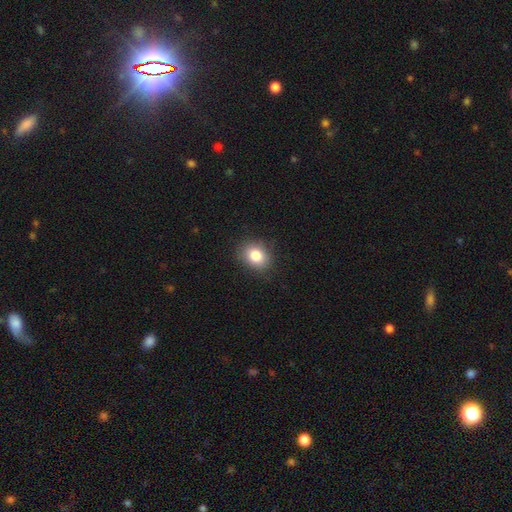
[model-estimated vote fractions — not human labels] Smooth or featured? Predicted: smooth (p=0.82). How rounded? Predicted: in between (p=0.51). Merging? Predicted: none (p=0.86).